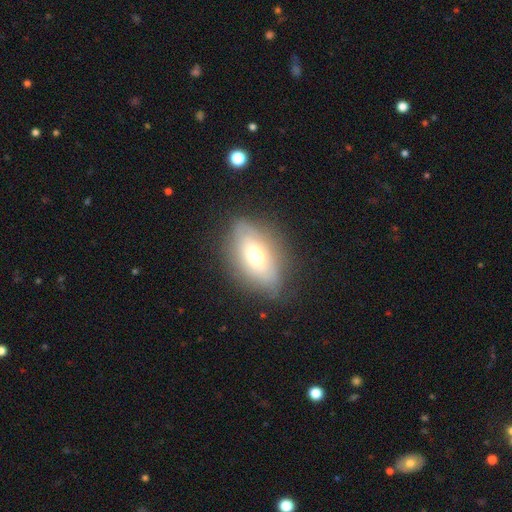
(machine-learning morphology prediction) The model was most divided on "smooth or featured": smooth: 56%, featured or disk: 35%, star or artifact: 10%. More confident: how rounded — in between (84%); merging — none (72%).